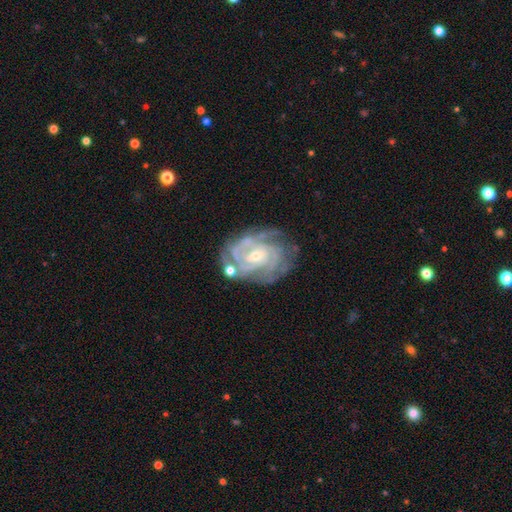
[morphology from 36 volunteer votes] smooth_or_featured: featured or disk (p=0.94) [alt: smooth p=0.03]
disk_edge_on: no (p=1.00)
bar: weak (p=0.56) [alt: no p=0.26]
has_spiral_arms: yes (p=1.00)
spiral_winding: tight (p=0.71) [alt: medium p=0.24]
spiral_arm_count: 3 (p=0.56) [alt: 2 p=0.26]
bulge_size: small (p=0.76) [alt: moderate p=0.24]
merging: none (p=0.63) [alt: minor disturbance p=0.20]